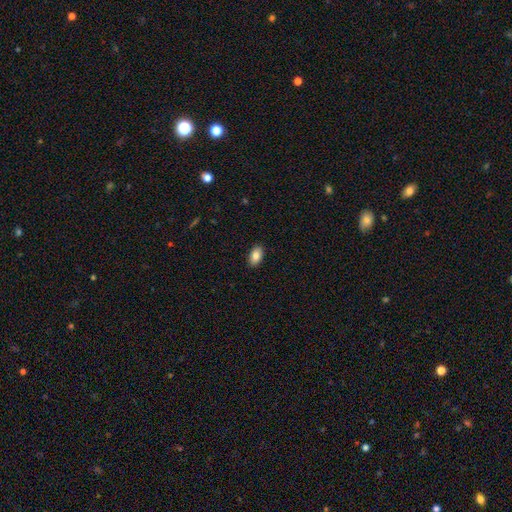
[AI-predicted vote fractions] smooth 86%, star or artifact 7%, featured or disk 7%. Down the decision tree: how rounded — in between (93%); merging — none (89%).